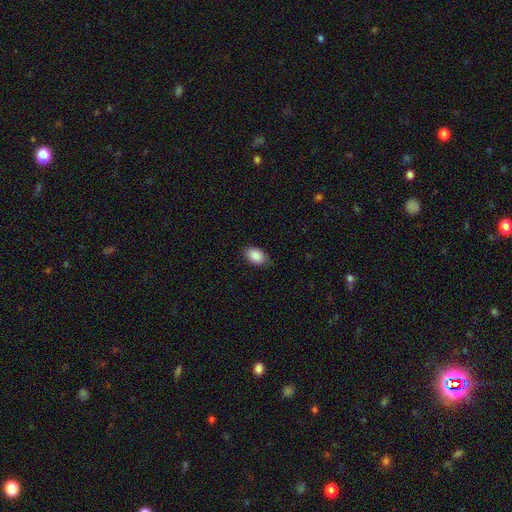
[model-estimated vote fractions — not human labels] smooth 89%, star or artifact 7%, featured or disk 4%. Down the decision tree: how rounded — in between (89%); merging — none (80%).